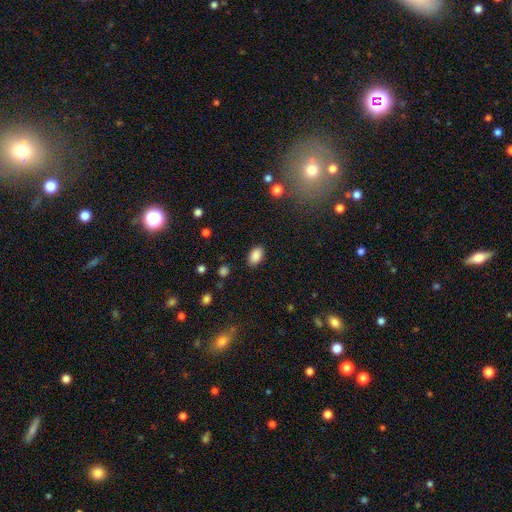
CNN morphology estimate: Smooth or featured?
  - smooth: 88% *
  - star or artifact: 8%
  - featured or disk: 4%
How rounded?
  - in between: 89% *
  - round: 9%
  - cigar-shaped: 1%
Merging?
  - none: 87% *
  - minor disturbance: 9%
  - major disturbance: 3%
  - merger: 1%